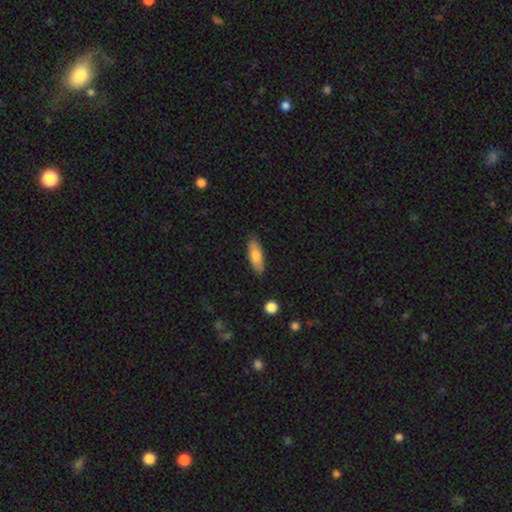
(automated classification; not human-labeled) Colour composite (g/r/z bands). It shows a smooth galaxy with no disk features (76%) that is in between round and cigar-shaped (62%). Merging: none (85%).